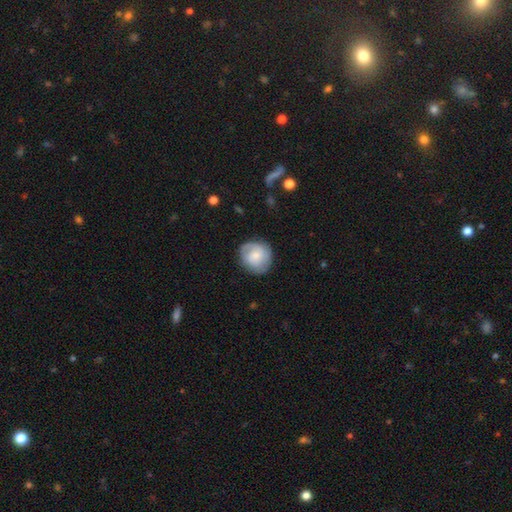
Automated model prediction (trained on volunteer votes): smooth 51%, featured or disk 42%, star or artifact 7%. Down the decision tree: how rounded — round (85%); merging — none (79%).